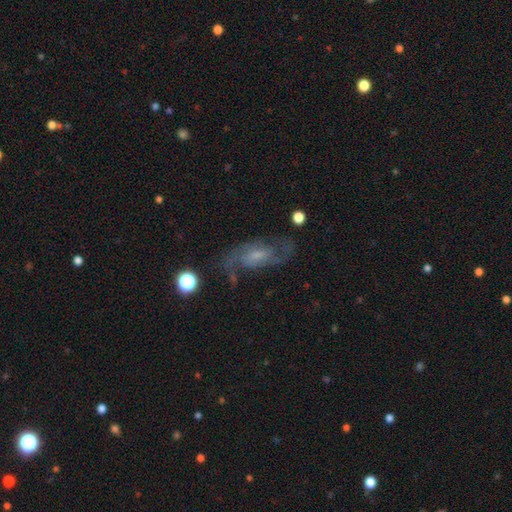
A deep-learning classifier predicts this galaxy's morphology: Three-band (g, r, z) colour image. It shows a featured or disk galaxy (80%) with a weak bar (48%), 2 (84%) medium (52%) spiral arms (94%) and a small central bulge (47%). Merging: none (68%).